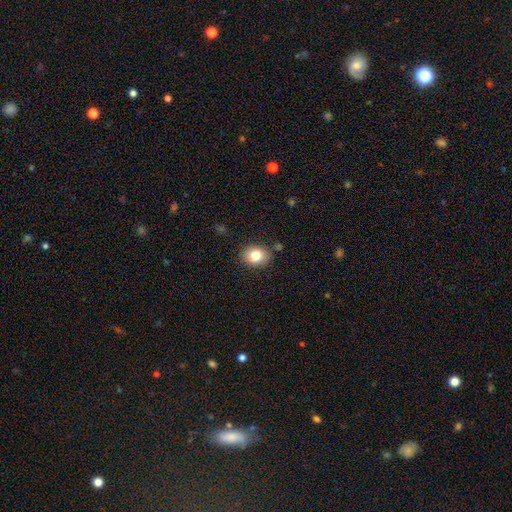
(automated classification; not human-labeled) smooth_or_featured: smooth (p=0.81) [alt: star or artifact p=0.10]
how_rounded: round (p=0.50) [alt: in between p=0.49]
merging: none (p=0.84) [alt: minor disturbance p=0.11]